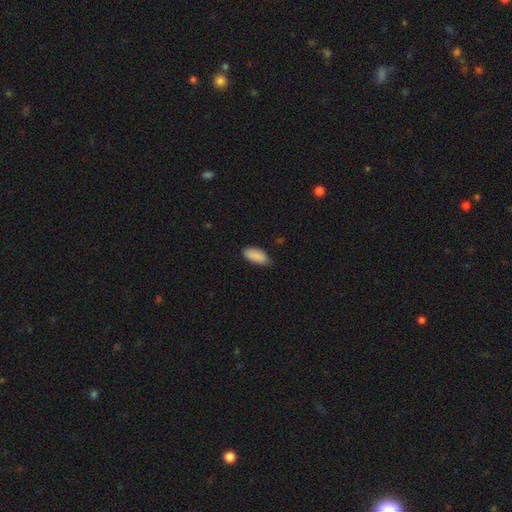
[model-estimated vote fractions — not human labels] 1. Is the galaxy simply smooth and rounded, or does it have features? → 89% smooth, 7% star or artifact, 4% featured or disk.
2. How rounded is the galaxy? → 89% in between, 9% cigar-shaped, 2% round.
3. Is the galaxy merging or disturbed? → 68% none, 27% minor disturbance, 3% major disturbance, 1% merger.